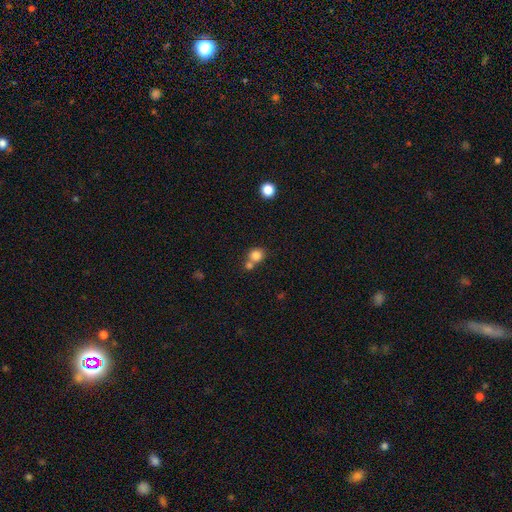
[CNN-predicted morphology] Overall: smooth (82%). How rounded: round (83%). Merging: none (49%; merger 40%).